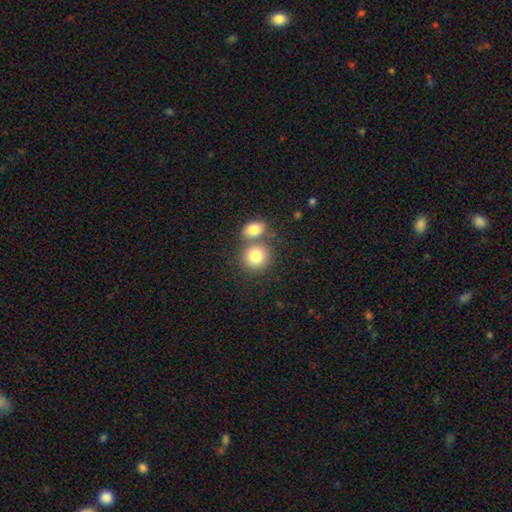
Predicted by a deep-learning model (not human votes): Smooth or featured: smooth — 81% (featured or disk — 10%)
How rounded: round — 79% (in between — 20%)
Merging: none — 48% (merger — 40%)